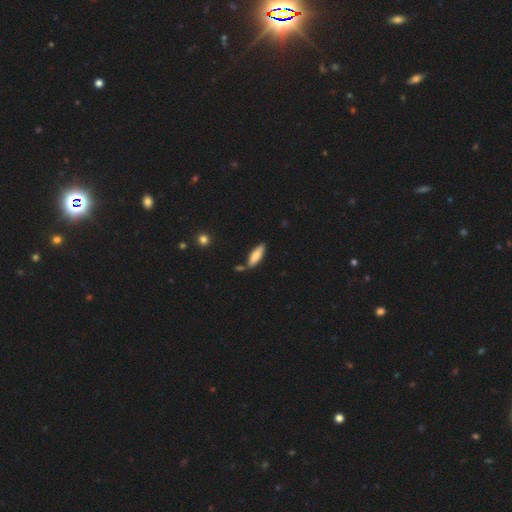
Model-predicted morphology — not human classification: Smooth or featured? smooth (81%)
How rounded? in between (54%)
Merging? none (76%)